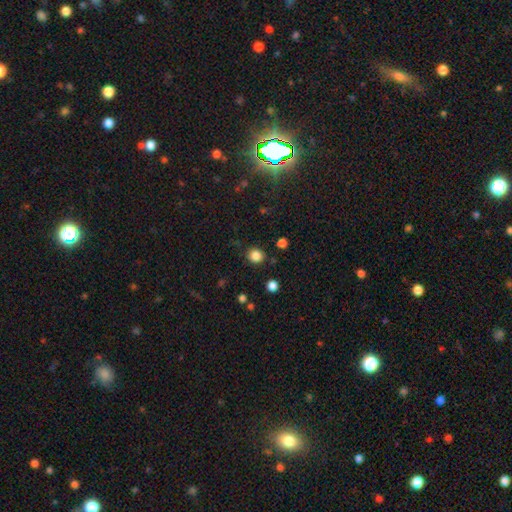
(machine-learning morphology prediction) type=smooth (84%); roundness=round (81%); merging=none (84%).